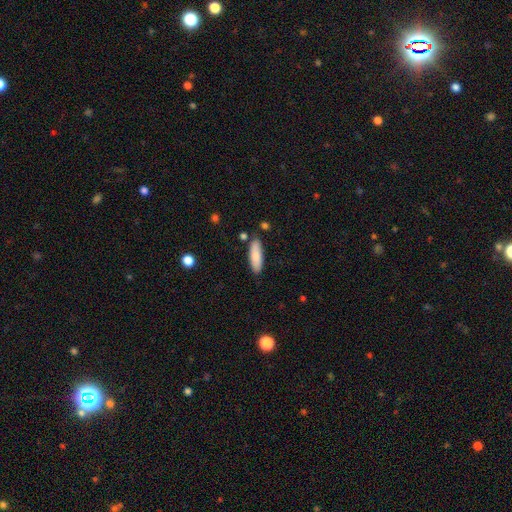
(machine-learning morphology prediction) smooth-or-featured: smooth: 83% | featured or disk: 11% | star or artifact: 6%
  how-rounded: in between: 52% | cigar-shaped: 47% | round: 2%
  merging: none: 83% | minor disturbance: 12% | merger: 4% | major disturbance: 2%